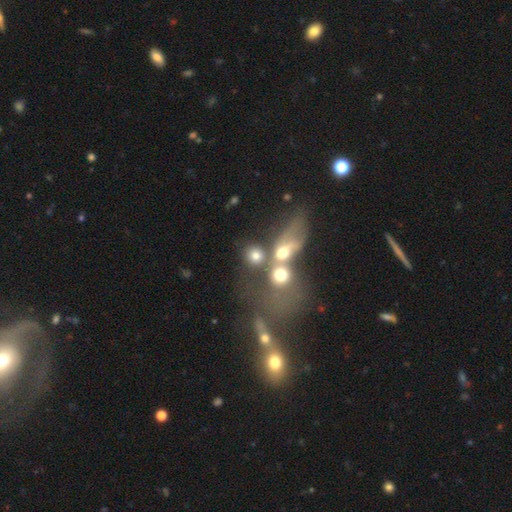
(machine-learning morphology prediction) This appears to be a smooth galaxy with no disk features (68%) that is round (73%). Merging: merger (50%).